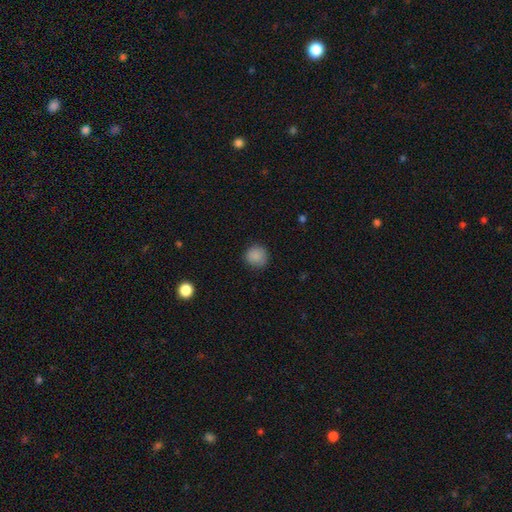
Overall: smooth (94%). How rounded: round (88%). Merging: none (88%).